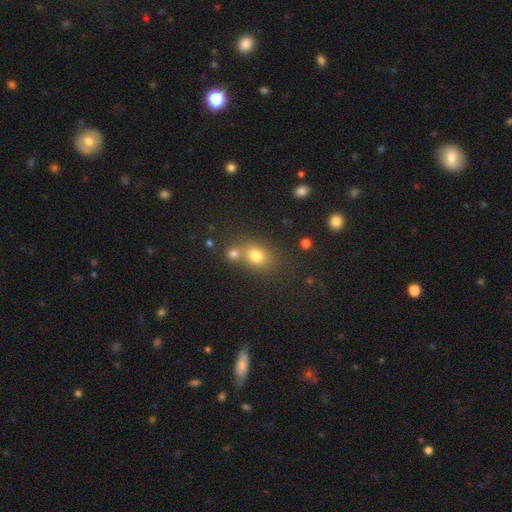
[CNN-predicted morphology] A smooth galaxy with no disk features (76%) that is round (50%). Merging: none (51%).